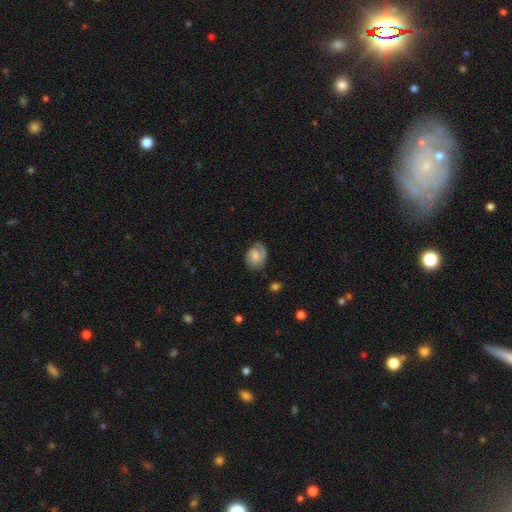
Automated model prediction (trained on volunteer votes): This appears to be a featured or disk galaxy (61%) with no bar (52%), 2 (56%) tight (47%) spiral arms (90%) and a moderate central bulge (42%). Merging: none (70%).